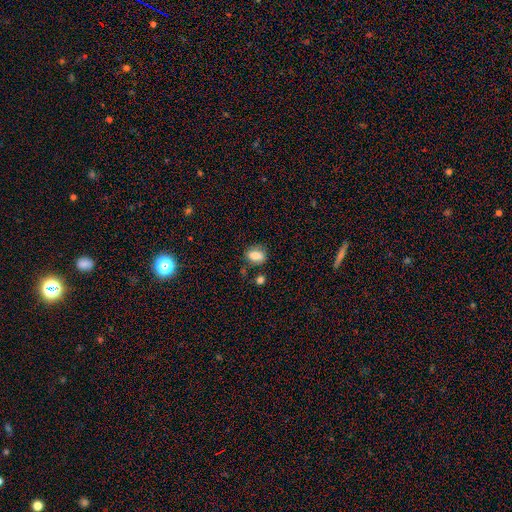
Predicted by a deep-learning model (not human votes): Smooth or featured? smooth (78%)
How rounded? in between (75%)
Merging? none (68%)